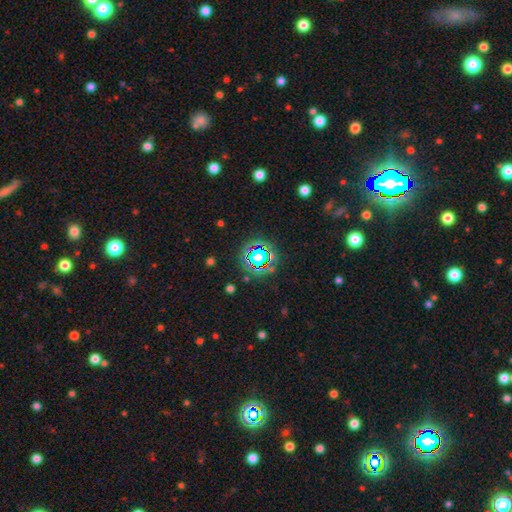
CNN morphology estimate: Smooth or featured? Predicted: star or artifact (p=0.59).